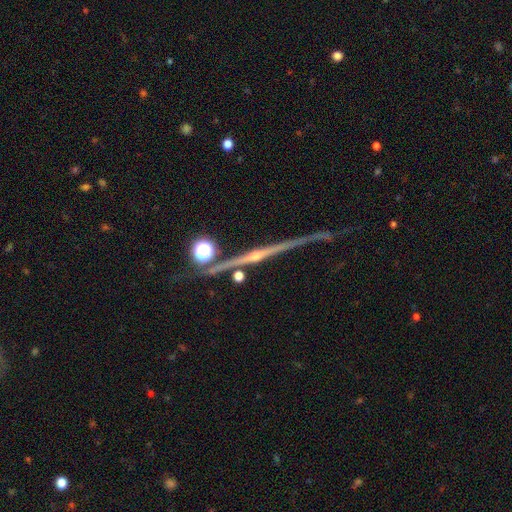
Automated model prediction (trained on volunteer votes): Smooth or featured? Predicted: featured or disk (p=0.79). Edge-on disk? Predicted: yes (p=0.96). Edge-on bulge? Predicted: rounded (p=0.69). Merging? Predicted: none (p=0.78).